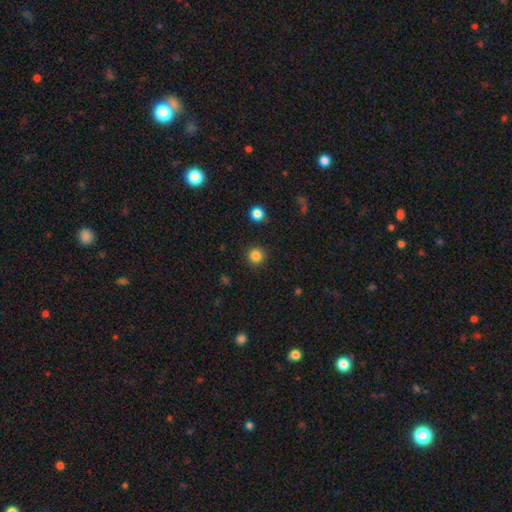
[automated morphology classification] Smooth or featured? smooth (84%)
How rounded? round (95%)
Merging? none (92%)